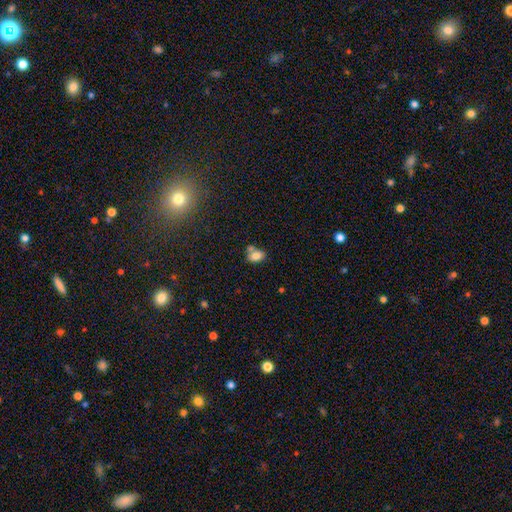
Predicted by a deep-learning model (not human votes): Q: Smooth or featured?
A: smooth (80%); runner-up: featured or disk (11%)
Q: How rounded?
A: in between (80%); runner-up: round (18%)
Q: Merging?
A: none (49%); runner-up: merger (31%)